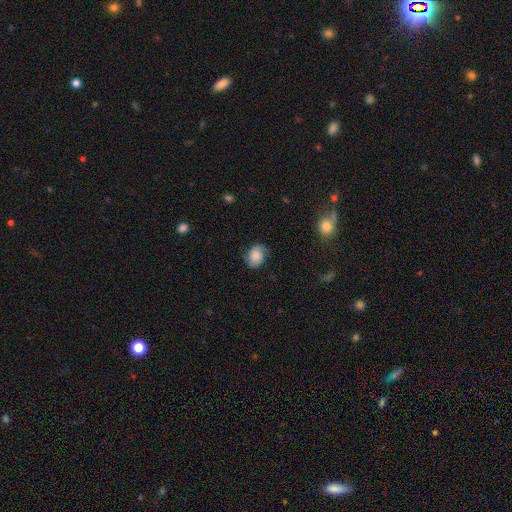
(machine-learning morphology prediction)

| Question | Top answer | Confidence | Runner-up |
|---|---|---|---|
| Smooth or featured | smooth | 65% | featured or disk (26%) |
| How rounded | in between | 60% | round (39%) |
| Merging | none | 75% | minor disturbance (19%) |